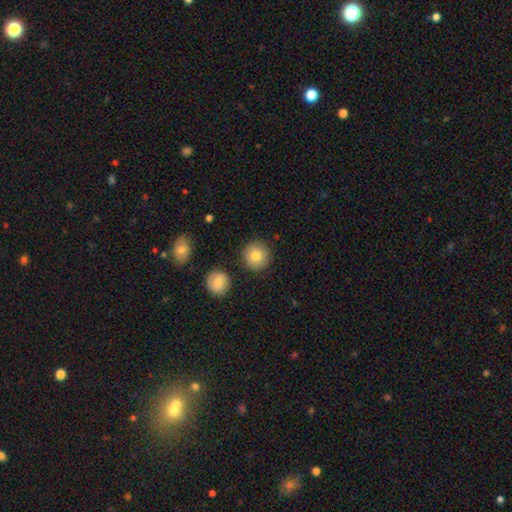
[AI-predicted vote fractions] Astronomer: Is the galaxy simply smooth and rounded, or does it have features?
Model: smooth — 81%.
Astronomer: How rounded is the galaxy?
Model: round — 94%.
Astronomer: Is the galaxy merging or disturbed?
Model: none — 87%.